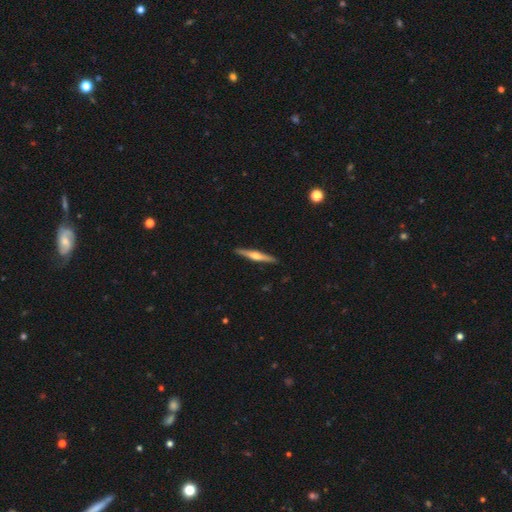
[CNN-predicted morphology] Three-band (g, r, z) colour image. It shows a featured or disk galaxy (67%) viewed edge-on (98%) with a rounded central bulge (91%). Merging: none (91%).